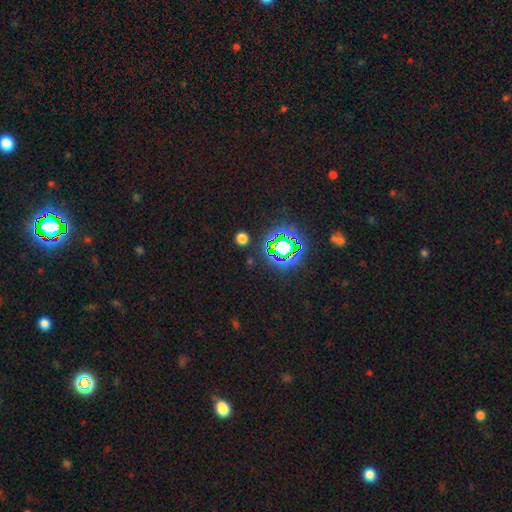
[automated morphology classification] Overall: star or artifact (80%).